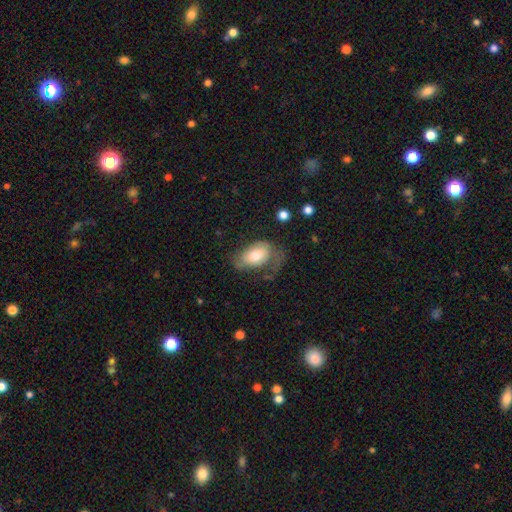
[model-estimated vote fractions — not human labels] smooth_or_featured: smooth (p=0.61) [alt: featured or disk p=0.32]
how_rounded: in between (p=0.89) [alt: round p=0.09]
merging: none (p=0.34) [tied with: major disturbance p=0.34]